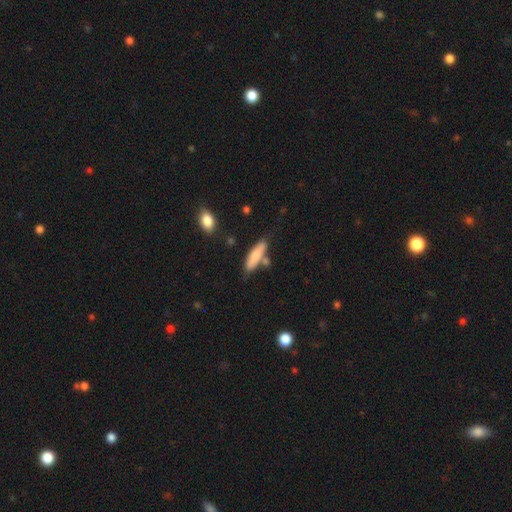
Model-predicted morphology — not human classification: Smooth or featured? Predicted: smooth (p=0.77). How rounded? Predicted: cigar-shaped (p=0.60). Merging? Predicted: none (p=0.65).